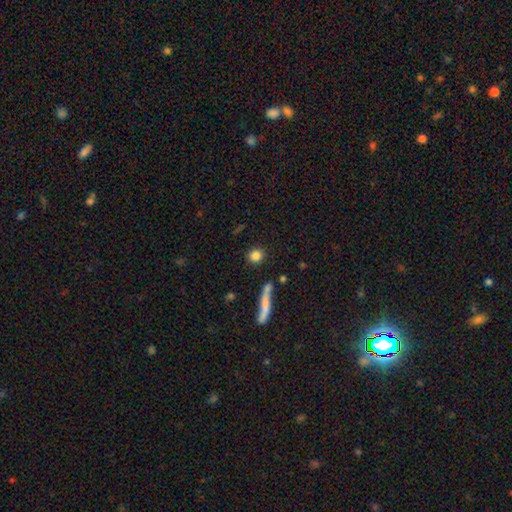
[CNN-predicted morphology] A smooth galaxy with no disk features (84%) that is round (75%).

Vote fractions:
- Smooth or featured? smooth: 84% / star or artifact: 9% / featured or disk: 7%
- How rounded? round: 75% / in between: 20% / cigar-shaped: 5%
- Merging? none: 83% / minor disturbance: 8% / merger: 6% / major disturbance: 3%